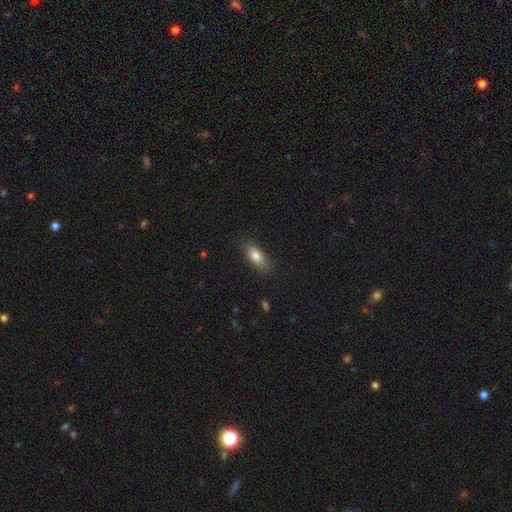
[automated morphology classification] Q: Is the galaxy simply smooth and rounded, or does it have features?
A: smooth — 81%.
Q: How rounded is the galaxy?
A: in between — 79%.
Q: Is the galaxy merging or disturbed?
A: none — 82%.